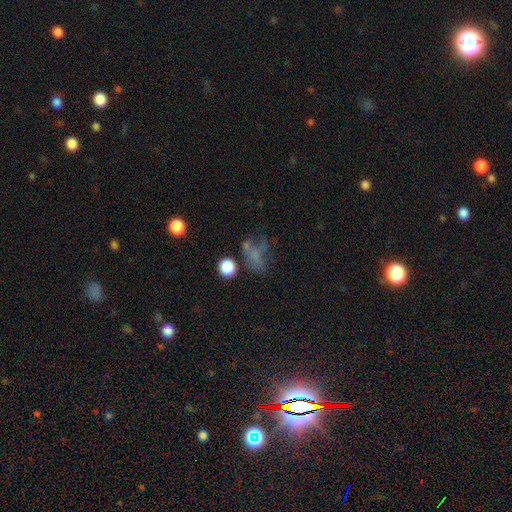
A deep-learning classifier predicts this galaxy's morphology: Smooth or featured? smooth (52%)
How rounded? in between (64%)
Merging? none (38%)